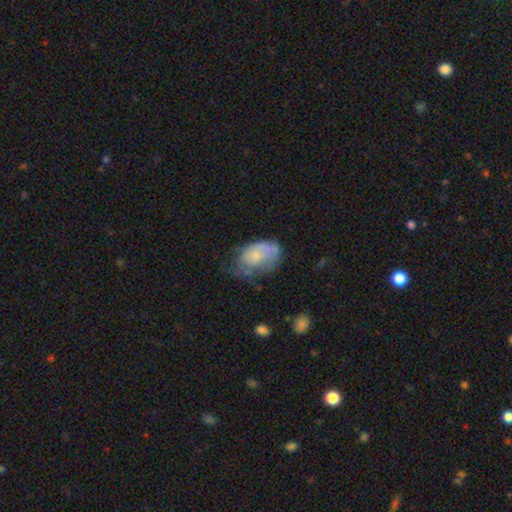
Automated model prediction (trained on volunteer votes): smooth_or_featured: smooth (p=0.57) [alt: featured or disk p=0.35]
how_rounded: in between (p=0.86) [alt: round p=0.12]
merging: minor disturbance (p=0.33) [alt: none p=0.32]